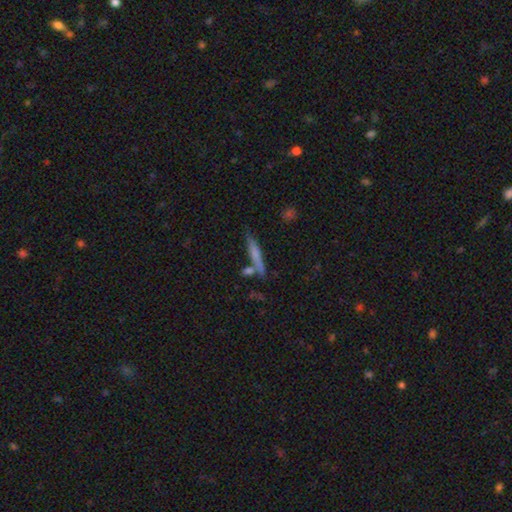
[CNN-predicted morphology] A smooth galaxy with no disk features (60%) that is cigar-shaped (91%). Merging: none (71%).